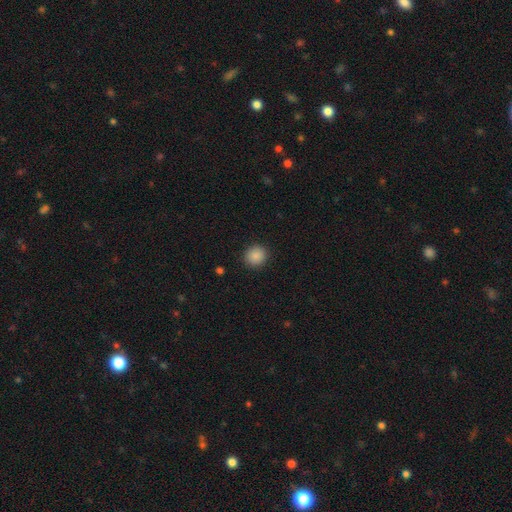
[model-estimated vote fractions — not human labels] A smooth galaxy with no disk features (88%) that is round (89%).

Vote fractions:
- Smooth or featured? smooth: 88% / star or artifact: 9% / featured or disk: 3%
- How rounded? round: 89% / in between: 10% / cigar-shaped: 1%
- Merging? none: 91% / minor disturbance: 6% / major disturbance: 2% / merger: 1%